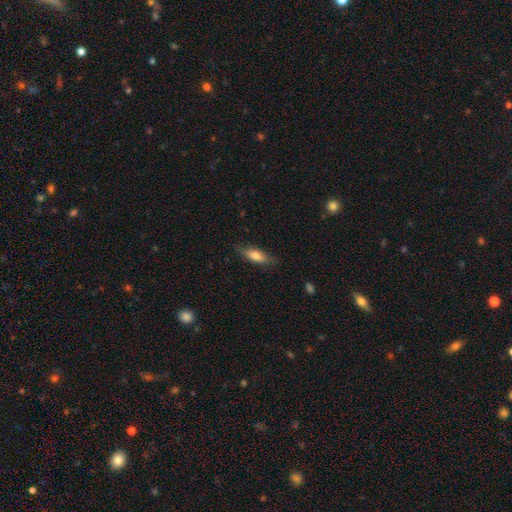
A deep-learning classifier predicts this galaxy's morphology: Overall: smooth (74%). How rounded: in between (60%; cigar-shaped 37%). Merging: none (78%).